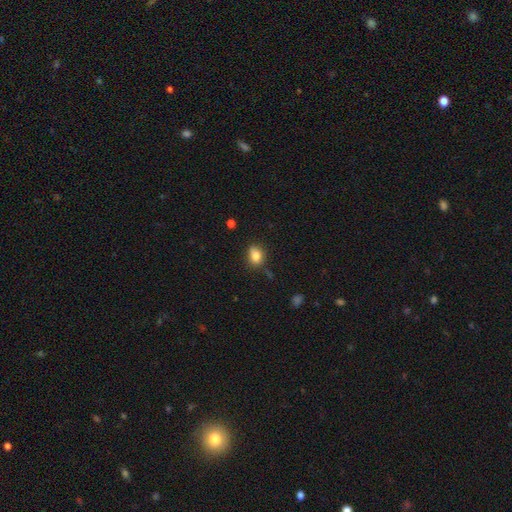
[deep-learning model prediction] A smooth galaxy with no disk features (82%) that is in between round and cigar-shaped (55%).

Vote fractions:
- Smooth or featured? smooth: 82% / star or artifact: 10% / featured or disk: 8%
- How rounded? in between: 55% / round: 43% / cigar-shaped: 2%
- Merging? none: 66% / minor disturbance: 24% / major disturbance: 5% / merger: 5%